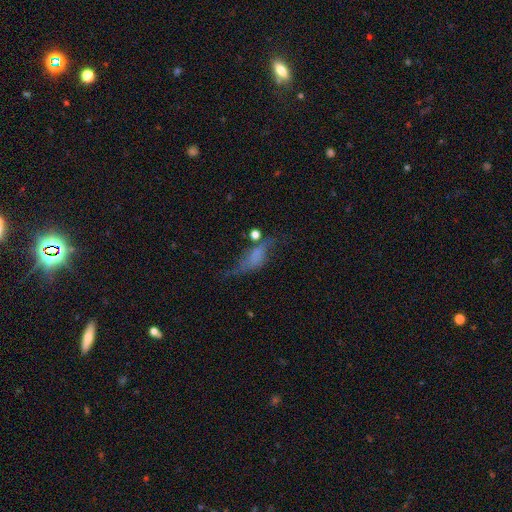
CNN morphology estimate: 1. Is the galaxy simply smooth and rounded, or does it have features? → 44% smooth, 42% featured or disk, 14% star or artifact.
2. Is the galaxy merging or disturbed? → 35% major disturbance, 33% none, 25% minor disturbance, 7% merger.